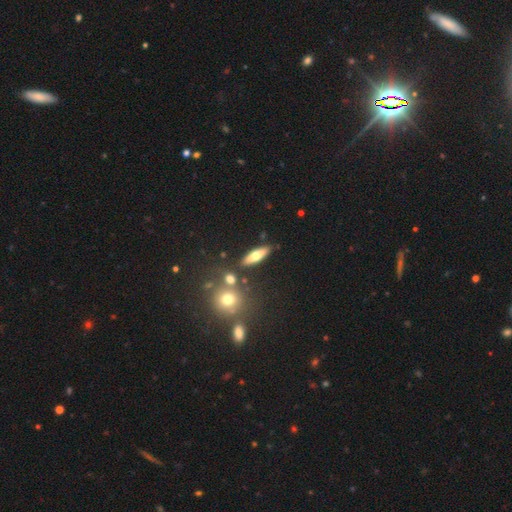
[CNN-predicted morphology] The model was most divided on "how rounded": cigar-shaped: 50%, in between: 44%, round: 6%. More confident: merging — none (82%); smooth or featured — smooth (56%).